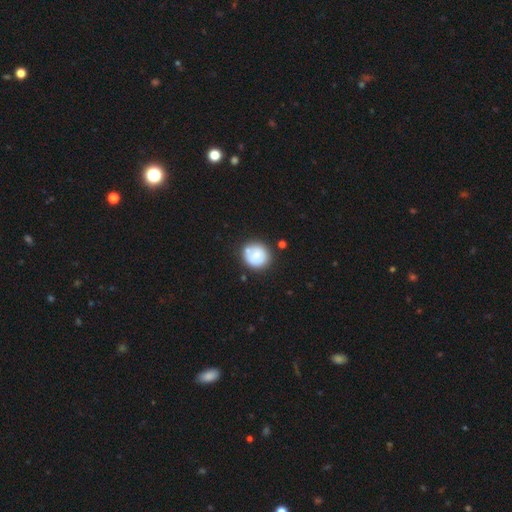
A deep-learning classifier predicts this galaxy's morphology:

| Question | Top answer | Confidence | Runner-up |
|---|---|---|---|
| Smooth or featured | smooth | 62% | featured or disk (31%) |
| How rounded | round | 87% | in between (12%) |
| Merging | none | 67% | minor disturbance (17%) |